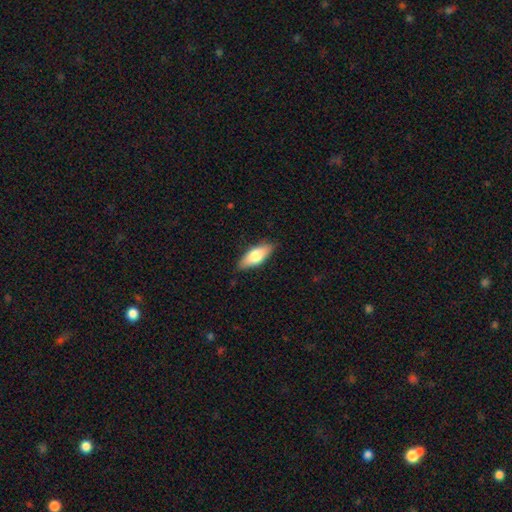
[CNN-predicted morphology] Smooth or featured: smooth — 68% (featured or disk — 26%)
How rounded: in between — 74% (cigar-shaped — 23%)
Merging: none — 85% (minor disturbance — 12%)